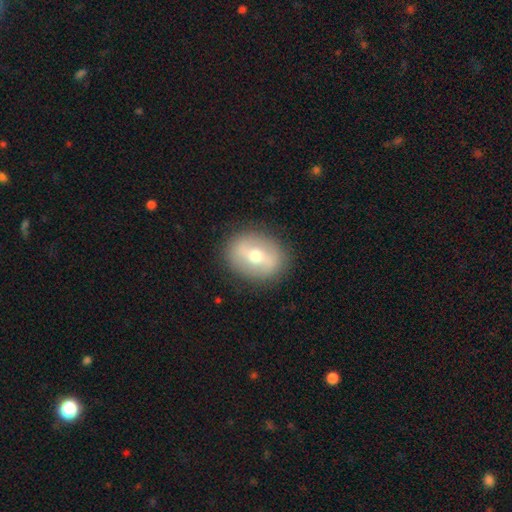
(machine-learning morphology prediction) Smooth or featured: featured or disk — 48% (smooth — 44%)
Merging: none — 87% (minor disturbance — 9%)